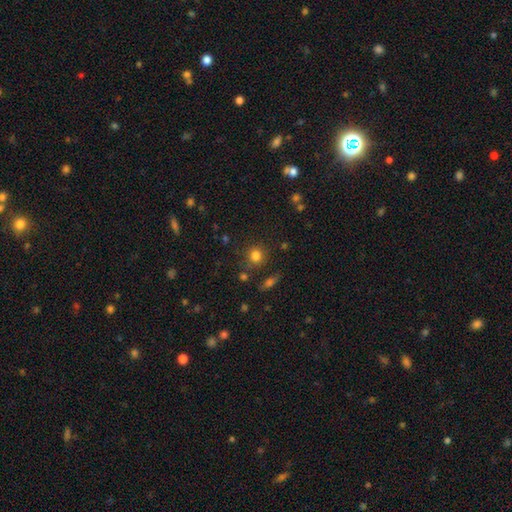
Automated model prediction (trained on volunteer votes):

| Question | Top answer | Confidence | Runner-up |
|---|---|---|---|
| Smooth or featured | smooth | 79% | star or artifact (14%) |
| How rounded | round | 86% | in between (13%) |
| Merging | none | 78% | minor disturbance (11%) |